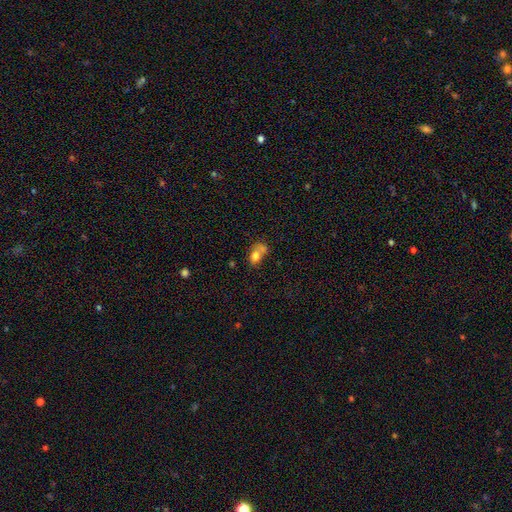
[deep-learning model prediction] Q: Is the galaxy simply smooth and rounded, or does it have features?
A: smooth — 73%.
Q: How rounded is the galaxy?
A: in between — 64%.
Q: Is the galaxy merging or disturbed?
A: merger — 47%.